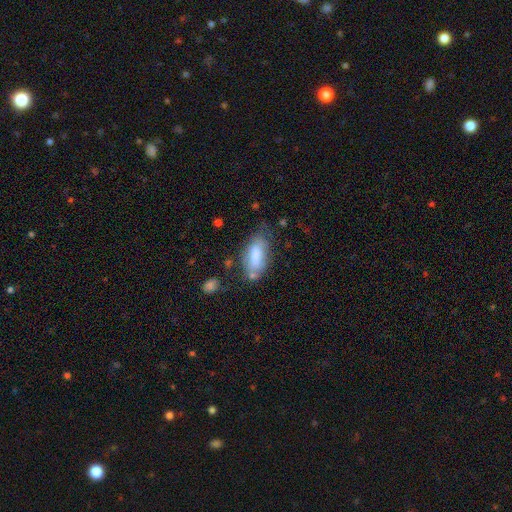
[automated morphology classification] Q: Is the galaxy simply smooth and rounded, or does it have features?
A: smooth — 75%.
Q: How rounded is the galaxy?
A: in between — 88%.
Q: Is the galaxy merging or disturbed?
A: none — 52%.